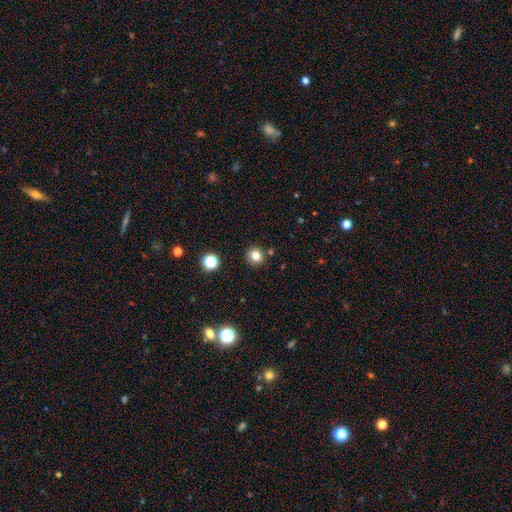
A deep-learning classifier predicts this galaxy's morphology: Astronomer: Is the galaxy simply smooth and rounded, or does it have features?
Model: smooth — 80%.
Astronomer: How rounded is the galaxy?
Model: round — 89%.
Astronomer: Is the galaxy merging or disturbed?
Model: none — 88%.